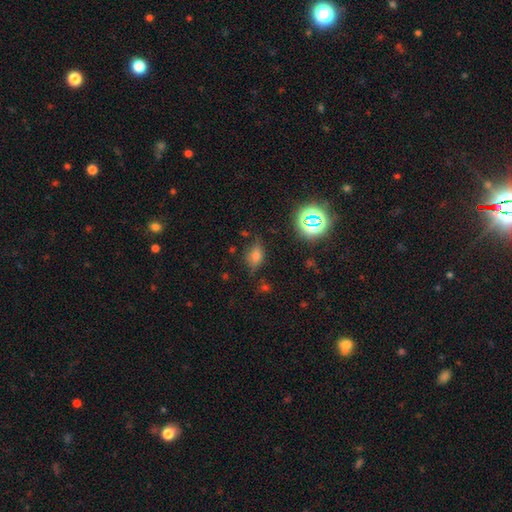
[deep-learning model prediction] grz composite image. It shows a smooth galaxy with no disk features (62%) that is in between round and cigar-shaped (78%). Merging: none (69%).